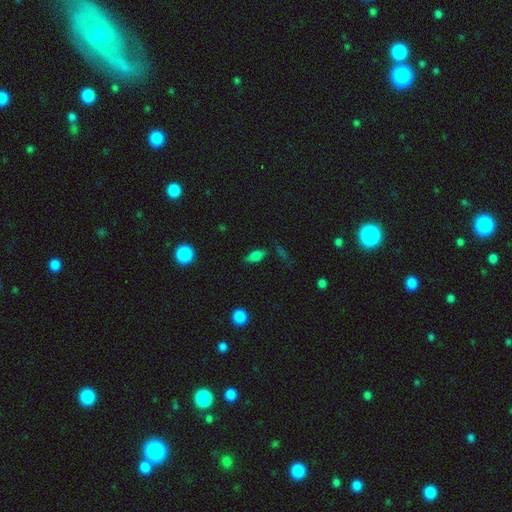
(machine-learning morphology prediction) Smooth or featured? Predicted: smooth (p=0.69). How rounded? Predicted: in between (p=0.75). Merging? Predicted: none (p=0.73).